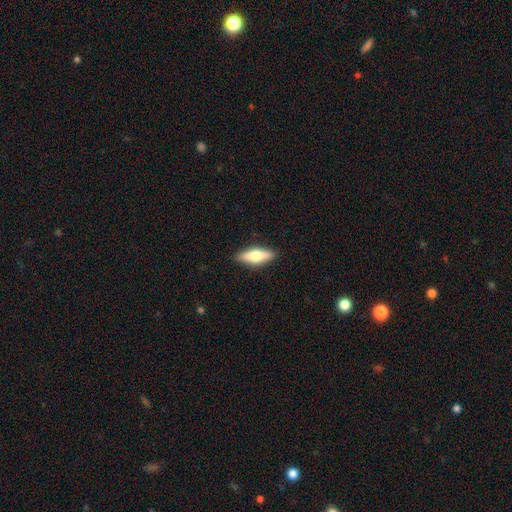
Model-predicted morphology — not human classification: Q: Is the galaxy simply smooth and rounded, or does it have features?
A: smooth — 53%.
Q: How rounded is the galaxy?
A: in between — 55%.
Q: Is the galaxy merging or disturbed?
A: none — 89%.